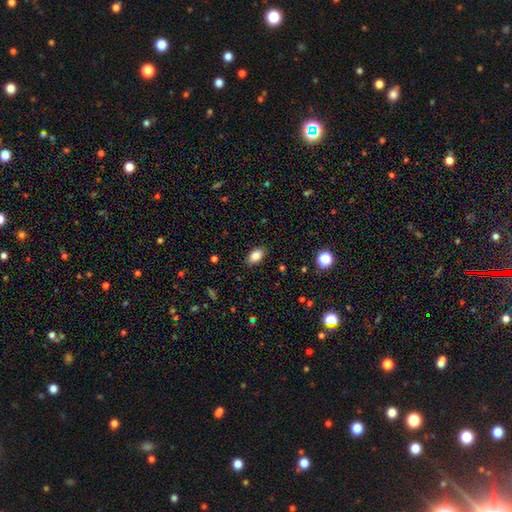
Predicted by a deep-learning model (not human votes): smooth-or-featured: smooth: 85% | star or artifact: 9% | featured or disk: 6%
  how-rounded: in between: 90% | round: 8% | cigar-shaped: 2%
  merging: none: 87% | minor disturbance: 9% | major disturbance: 2% | merger: 1%